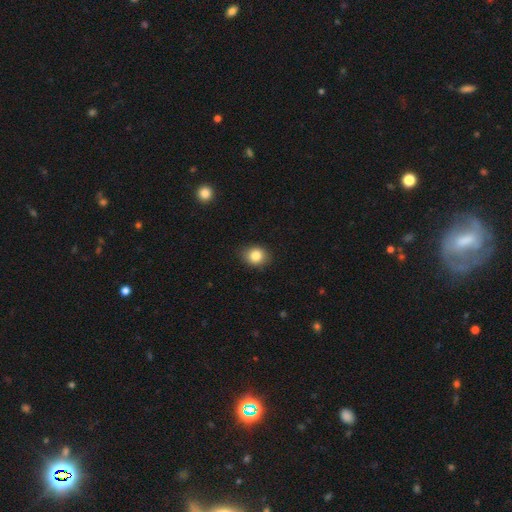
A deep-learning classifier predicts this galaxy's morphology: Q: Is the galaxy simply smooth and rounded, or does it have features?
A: smooth — 84%.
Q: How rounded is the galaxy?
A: round — 62%.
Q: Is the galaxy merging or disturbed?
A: none — 85%.